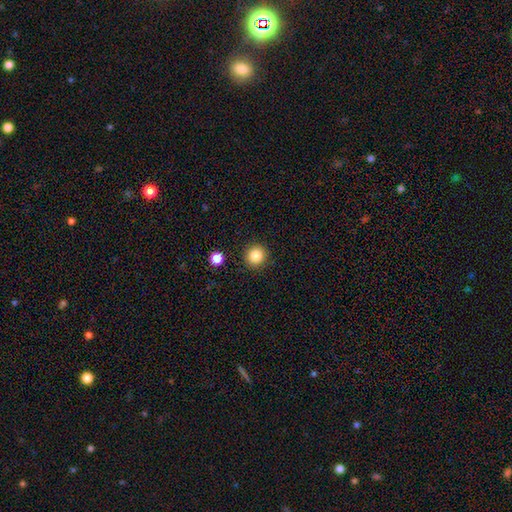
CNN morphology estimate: Smooth or featured? smooth (84%)
How rounded? round (93%)
Merging? none (91%)